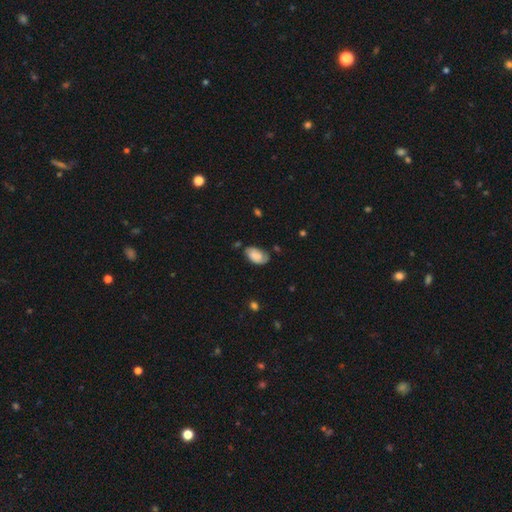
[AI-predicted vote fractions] The model was most divided on "smooth or featured": smooth: 62%, featured or disk: 30%, star or artifact: 8%. More confident: how rounded — in between (93%); merging — none (62%).